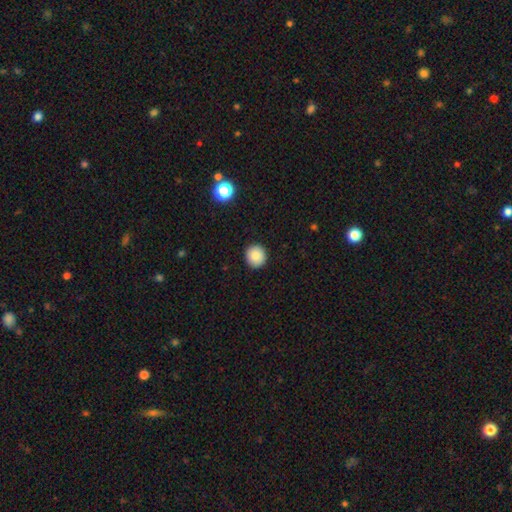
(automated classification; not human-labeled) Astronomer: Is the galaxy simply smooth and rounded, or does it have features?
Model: smooth — 86%.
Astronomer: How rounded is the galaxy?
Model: round — 92%.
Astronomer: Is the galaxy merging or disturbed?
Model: none — 92%.